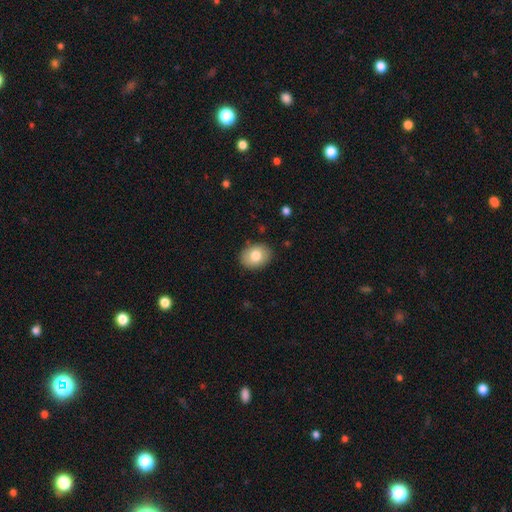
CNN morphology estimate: The model was most divided on "how rounded": in between: 61%, round: 38%, cigar-shaped: 1%. More confident: merging — none (87%); smooth or featured — smooth (79%).